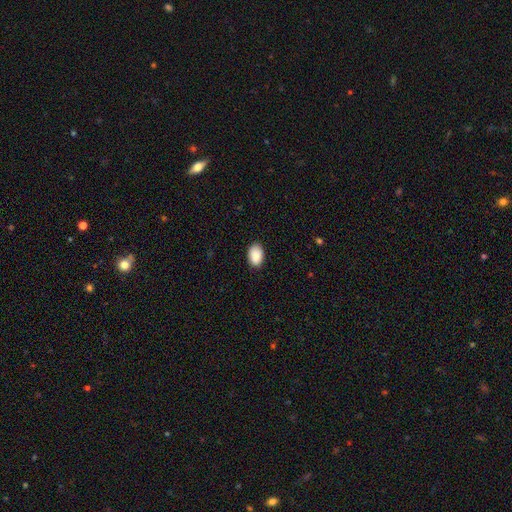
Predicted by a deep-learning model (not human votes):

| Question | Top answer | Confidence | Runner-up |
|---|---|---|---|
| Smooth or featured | smooth | 90% | star or artifact (7%) |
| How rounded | in between | 88% | round (11%) |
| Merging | none | 87% | minor disturbance (10%) |